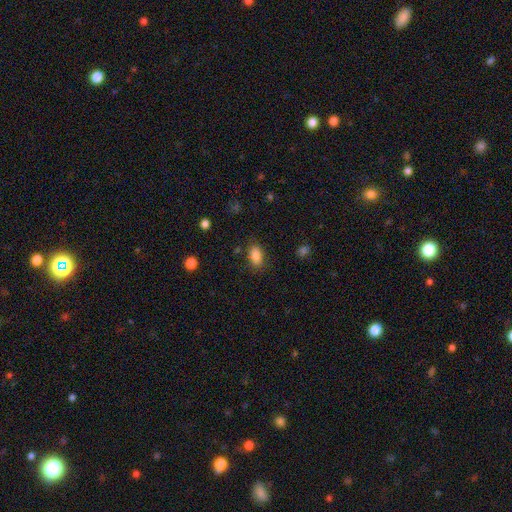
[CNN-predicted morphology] smooth-or-featured: smooth: 86% | star or artifact: 9% | featured or disk: 5%
  how-rounded: in between: 90% | round: 7% | cigar-shaped: 3%
  merging: none: 81% | minor disturbance: 13% | major disturbance: 4% | merger: 2%